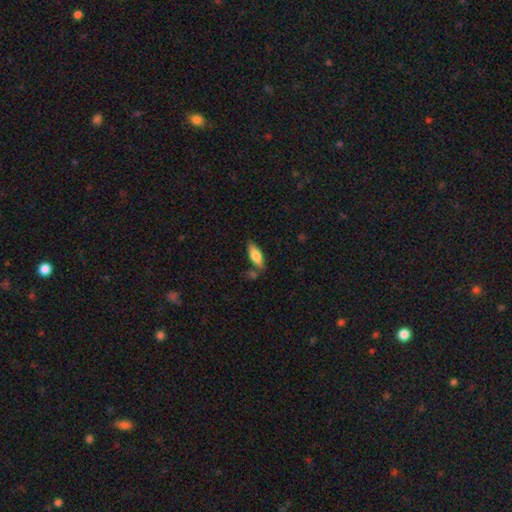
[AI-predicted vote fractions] Smooth or featured: smooth — 70% (featured or disk — 24%)
How rounded: in between — 65% (cigar-shaped — 32%)
Merging: none — 73% (minor disturbance — 16%)